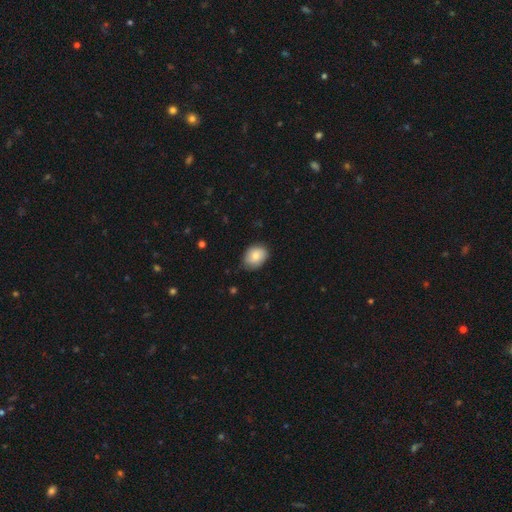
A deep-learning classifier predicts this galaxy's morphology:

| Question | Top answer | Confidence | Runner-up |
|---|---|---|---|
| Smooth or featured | smooth | 81% | featured or disk (12%) |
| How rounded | in between | 58% | round (41%) |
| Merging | none | 74% | minor disturbance (22%) |